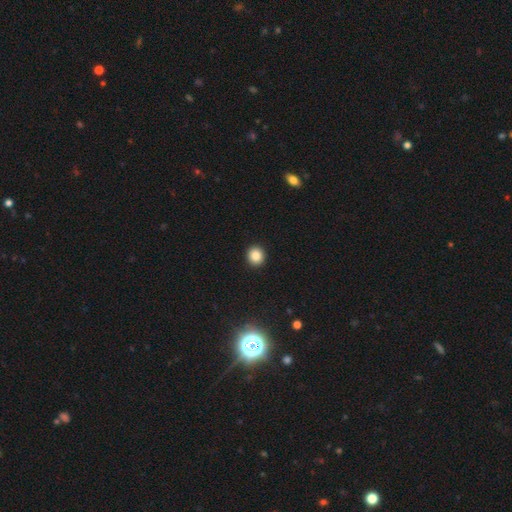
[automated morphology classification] This is clearly a smooth galaxy (86%). How rounded: clearly round (89%). Merging: clearly none (93%).